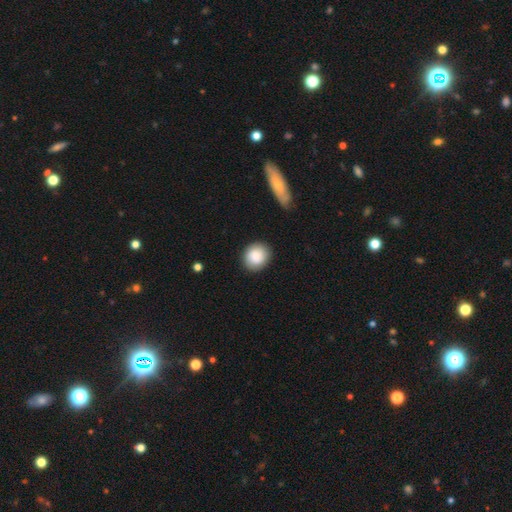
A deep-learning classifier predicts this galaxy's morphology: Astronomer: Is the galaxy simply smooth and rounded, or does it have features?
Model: smooth — 81%.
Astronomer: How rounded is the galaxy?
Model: round — 80%.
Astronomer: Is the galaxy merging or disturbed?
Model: none — 85%.